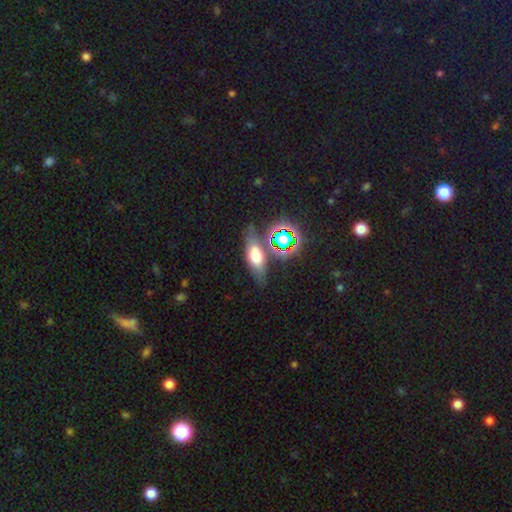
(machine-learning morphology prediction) This appears to be a smooth galaxy with no disk features (55%) that is in between round and cigar-shaped (67%). Merging: none (69%).